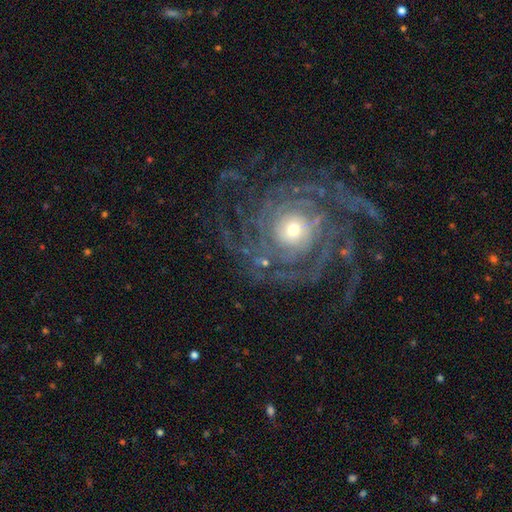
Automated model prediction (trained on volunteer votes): Smooth or featured: featured or disk — 90% (star or artifact — 7%)
Edge-on disk: no — 97% (yes — 3%)
Bar: no — 77% (weak — 16%)
Spiral arms: yes — 98% (no — 2%)
Spiral winding: tight — 70% (medium — 25%)
Spiral arm count: more than 4 — 22% (4 — 20%)
Bulge size: moderate — 46% (tied with small — 46%)
Merging: none — 75% (minor disturbance — 13%)